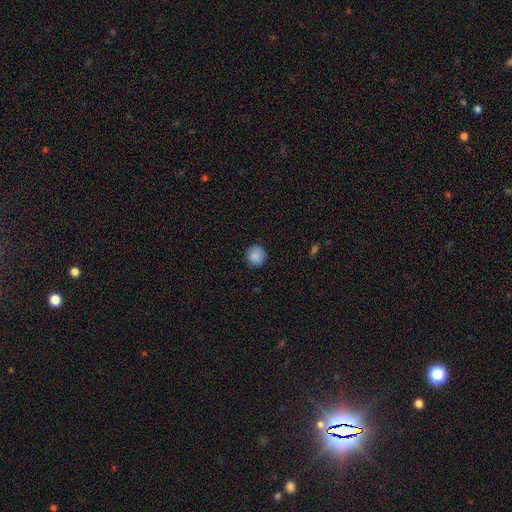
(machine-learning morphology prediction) Overall: smooth (88%). How rounded: round (92%). Merging: none (88%).